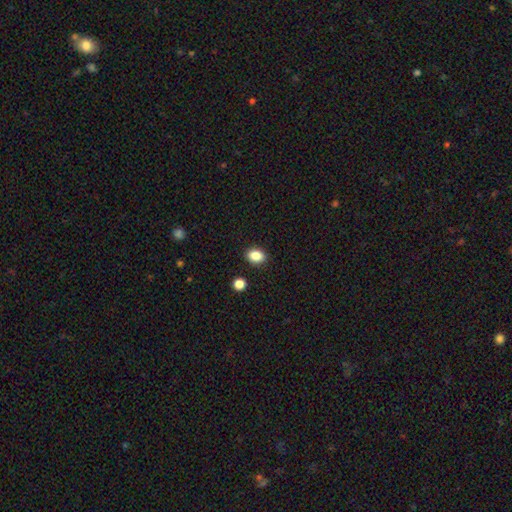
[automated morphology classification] The model was most divided on "how rounded": in between: 68%, round: 31%, cigar-shaped: 1%. More confident: merging — none (89%); smooth or featured — smooth (86%).